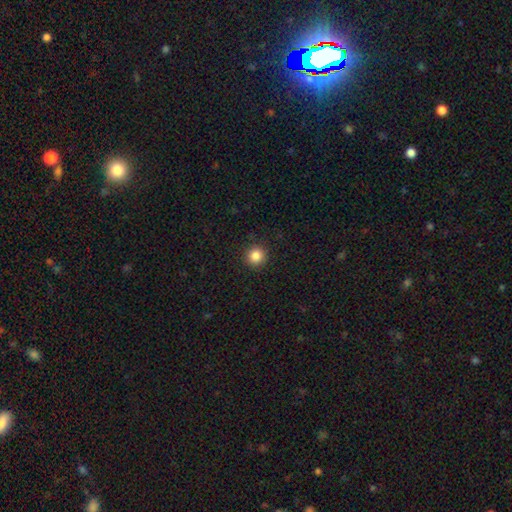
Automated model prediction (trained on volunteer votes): Smooth or featured: smooth — 85% (star or artifact — 11%)
How rounded: round — 94% (in between — 5%)
Merging: none — 92% (minor disturbance — 5%)